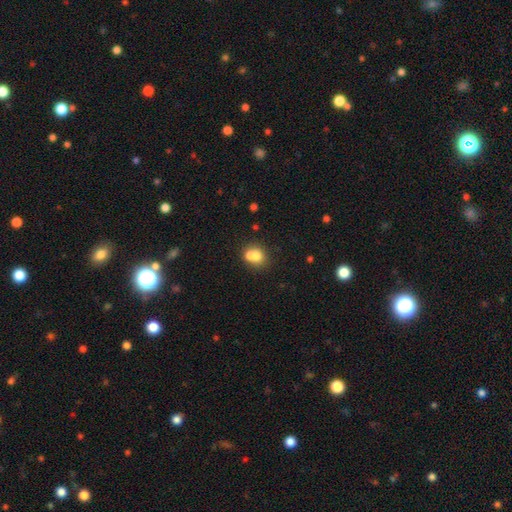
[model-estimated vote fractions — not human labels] Smooth or featured? Predicted: smooth (p=0.70). How rounded? Predicted: round (p=0.68). Merging? Predicted: merger (p=0.55).